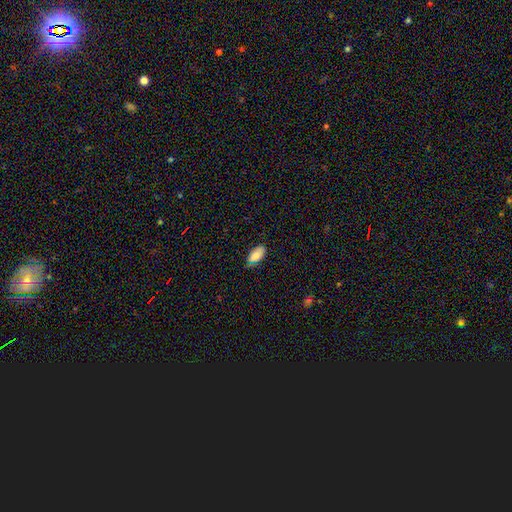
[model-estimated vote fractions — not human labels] The model was most divided on "merging": none: 69%, minor disturbance: 25%, major disturbance: 4%, merger: 2%. More confident: how rounded — in between (90%); smooth or featured — smooth (85%).